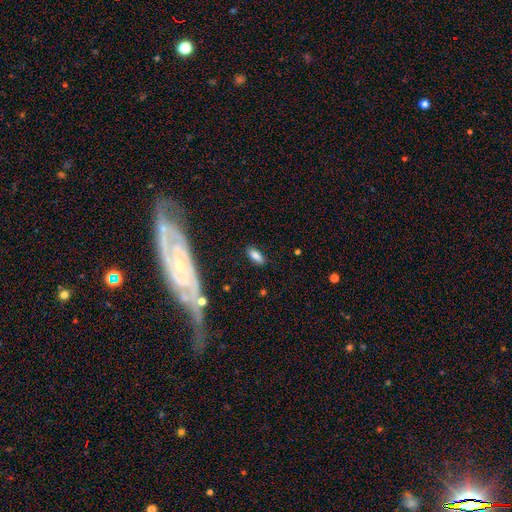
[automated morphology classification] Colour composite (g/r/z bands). It shows a smooth galaxy with no disk features (81%) that is in between round and cigar-shaped (82%). Merging: none (84%).